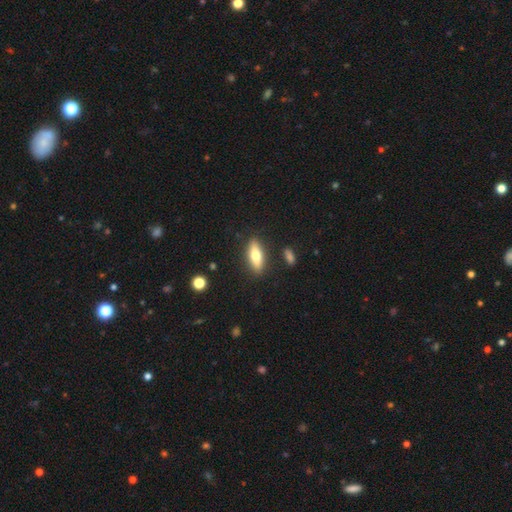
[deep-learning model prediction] Smooth or featured: smooth — 68% (featured or disk — 26%)
How rounded: in between — 59% (cigar-shaped — 38%)
Merging: none — 85% (minor disturbance — 10%)